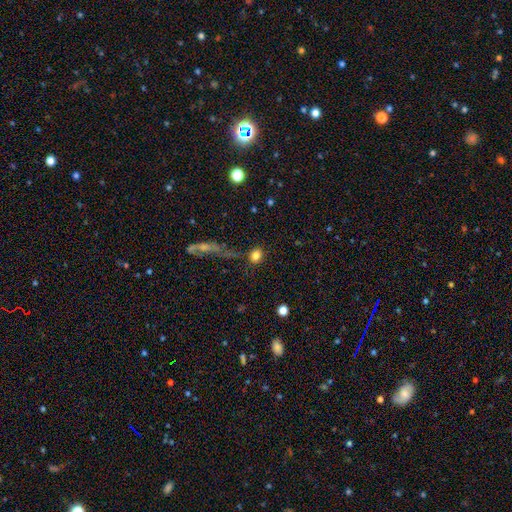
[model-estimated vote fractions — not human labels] Smooth or featured?
  - smooth: 81% *
  - star or artifact: 11%
  - featured or disk: 8%
How rounded?
  - round: 64% *
  - in between: 34%
  - cigar-shaped: 2%
Merging?
  - none: 77% *
  - minor disturbance: 11%
  - merger: 7%
  - major disturbance: 5%